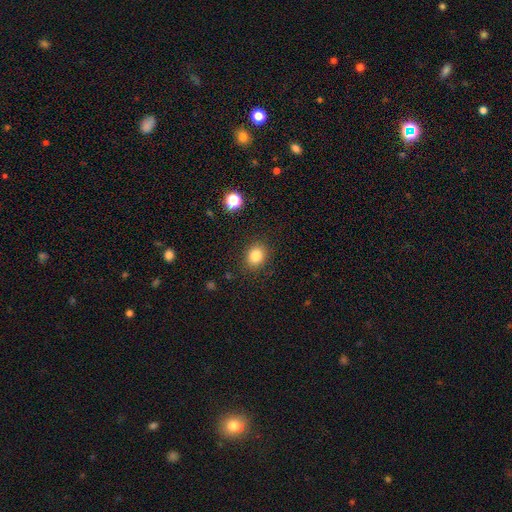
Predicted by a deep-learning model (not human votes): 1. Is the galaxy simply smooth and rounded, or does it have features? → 82% smooth, 12% star or artifact, 6% featured or disk.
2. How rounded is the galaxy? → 58% round, 41% in between, 1% cigar-shaped.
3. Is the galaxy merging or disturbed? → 88% none, 8% minor disturbance, 3% major disturbance, 1% merger.